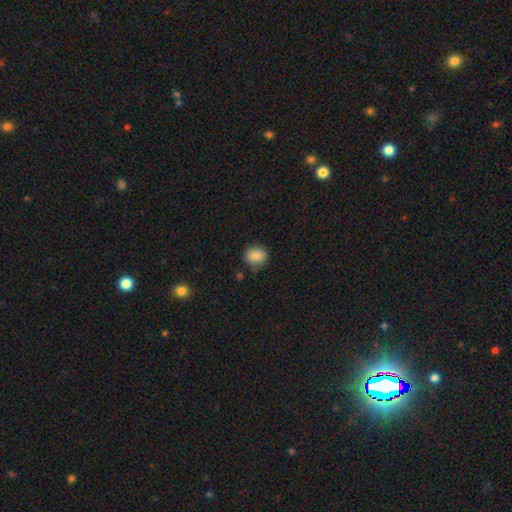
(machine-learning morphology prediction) The model was most divided on "how rounded": round: 68%, in between: 31%, cigar-shaped: 1%. More confident: smooth or featured — smooth (84%); merging — none (74%).